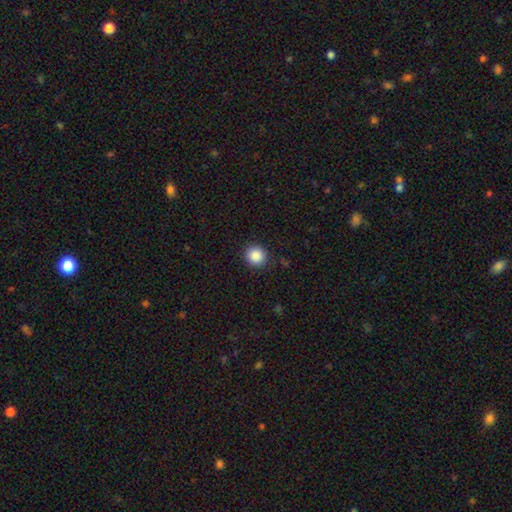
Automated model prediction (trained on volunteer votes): The model was most divided on "smooth or featured": smooth: 87%, star or artifact: 9%, featured or disk: 3%. More confident: how rounded — round (92%); merging — none (90%).